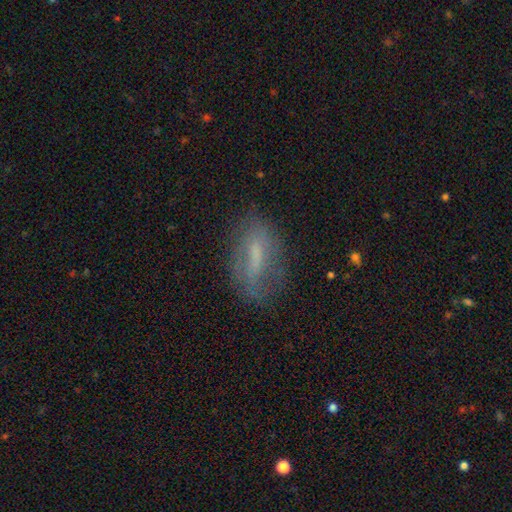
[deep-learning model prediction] smooth-or-featured: smooth: 51% | featured or disk: 38% | star or artifact: 10%
  how-rounded: in between: 67% | cigar-shaped: 28% | round: 5%
  merging: none: 65% | minor disturbance: 22% | major disturbance: 11% | merger: 2%